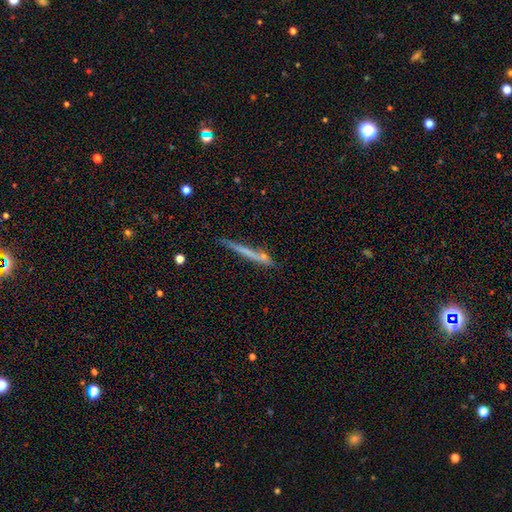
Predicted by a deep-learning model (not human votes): A smooth galaxy with no disk features (53%) that is cigar-shaped (96%). Merging: none (73%).